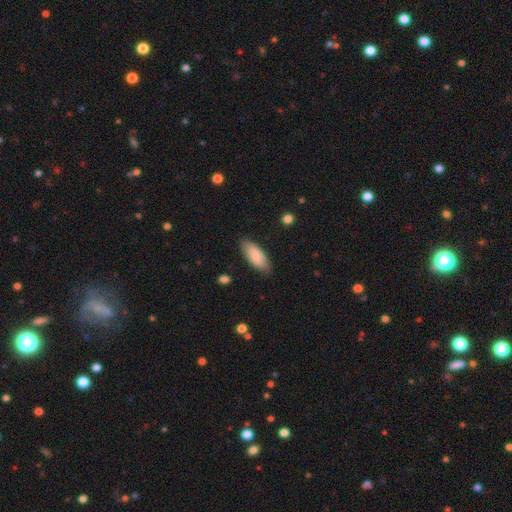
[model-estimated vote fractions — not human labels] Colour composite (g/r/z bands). It shows a smooth galaxy with no disk features (84%) that is in between round and cigar-shaped (79%). Merging: none (84%).